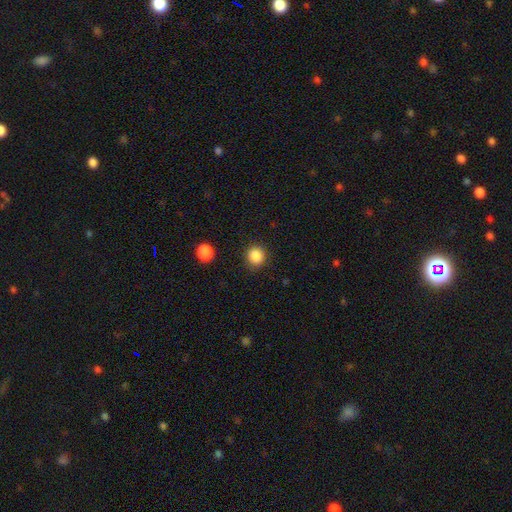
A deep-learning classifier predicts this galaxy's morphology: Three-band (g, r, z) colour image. It shows a smooth galaxy with no disk features (86%) that is round (85%). Merging: none (88%).